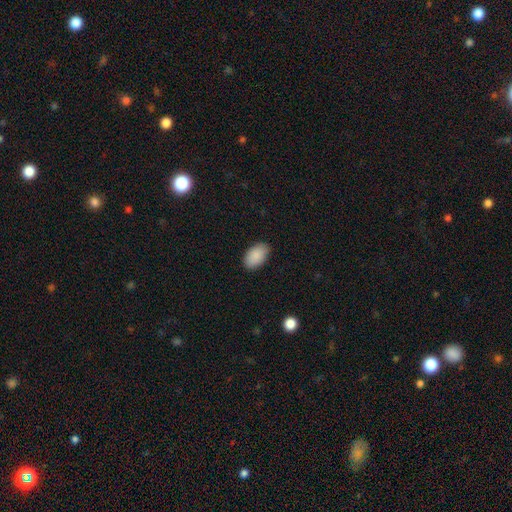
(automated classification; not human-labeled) Morphology: type=smooth (90%); roundness=in between (94%); merging=none (87%).